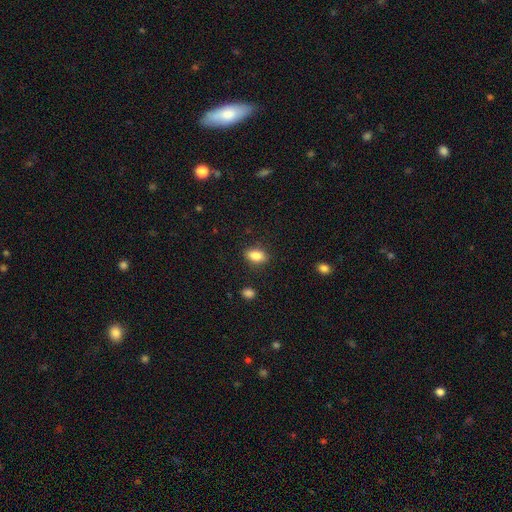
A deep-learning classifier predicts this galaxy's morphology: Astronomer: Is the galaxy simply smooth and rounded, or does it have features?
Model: smooth — 84%.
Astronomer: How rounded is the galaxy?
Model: in between — 86%.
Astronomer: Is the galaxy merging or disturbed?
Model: none — 86%.